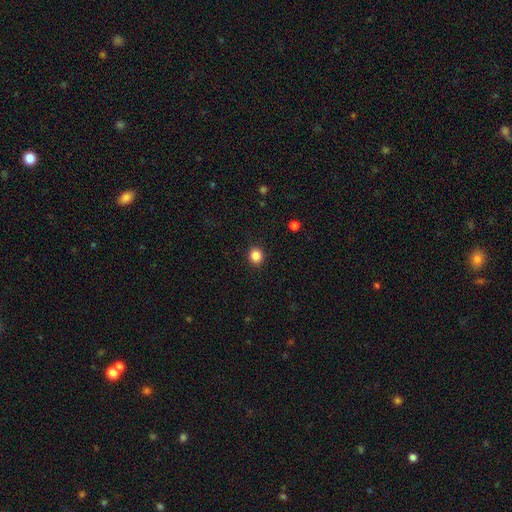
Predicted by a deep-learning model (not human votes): This appears to be a smooth galaxy with no disk features (85%) that is round (85%). Merging: none (92%).